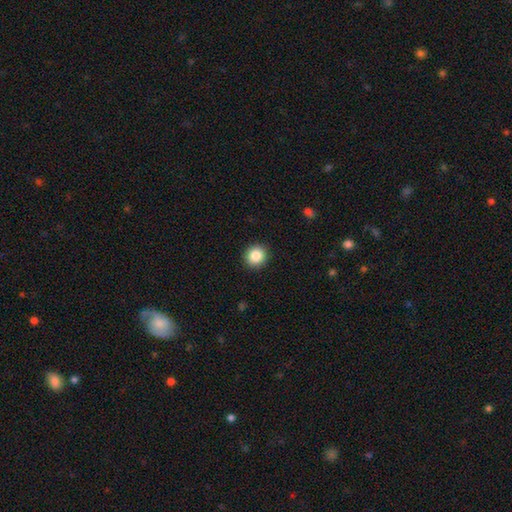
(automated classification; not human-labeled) Smooth or featured? Predicted: smooth (p=0.87). How rounded? Predicted: round (p=0.86). Merging? Predicted: none (p=0.92).